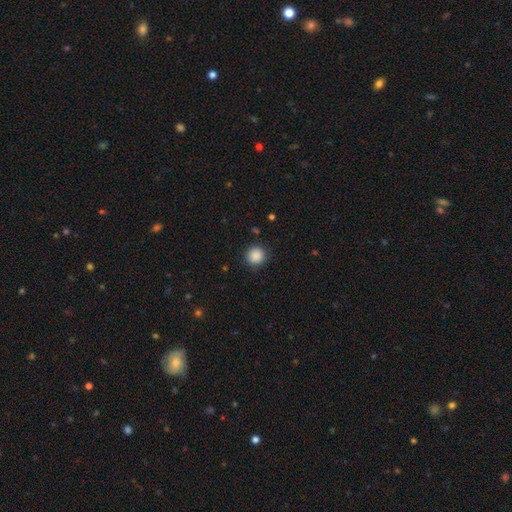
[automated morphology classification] Smooth or featured?
  - smooth: 88% *
  - star or artifact: 9%
  - featured or disk: 3%
How rounded?
  - round: 92% *
  - in between: 7%
  - cigar-shaped: 1%
Merging?
  - none: 90% *
  - minor disturbance: 7%
  - major disturbance: 2%
  - merger: 1%